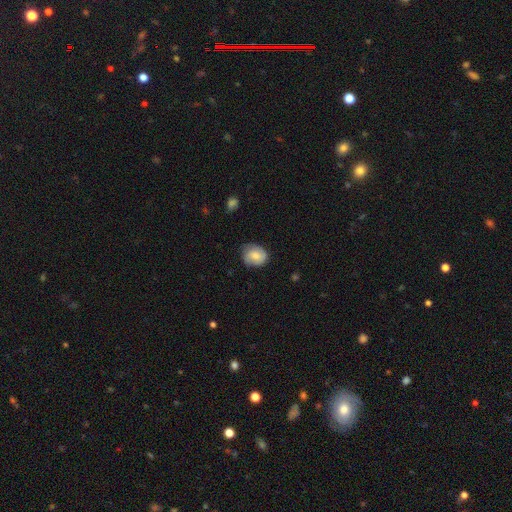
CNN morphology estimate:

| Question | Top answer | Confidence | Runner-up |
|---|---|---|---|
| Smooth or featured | smooth | 68% | featured or disk (25%) |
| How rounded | round | 58% | in between (41%) |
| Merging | none | 68% | minor disturbance (26%) |